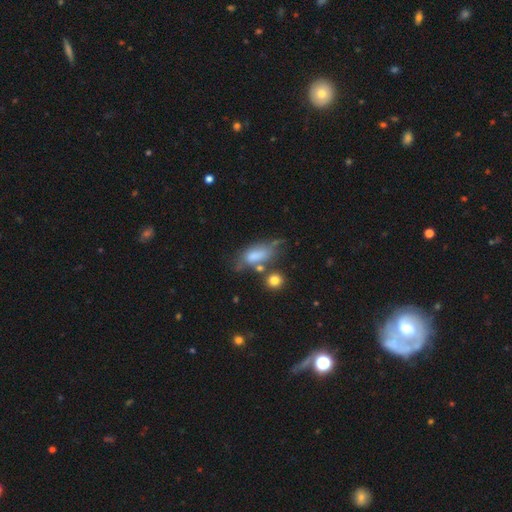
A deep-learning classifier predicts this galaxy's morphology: A smooth galaxy with no disk features (66%) that is in between round and cigar-shaped (80%). Merging: none (34%).